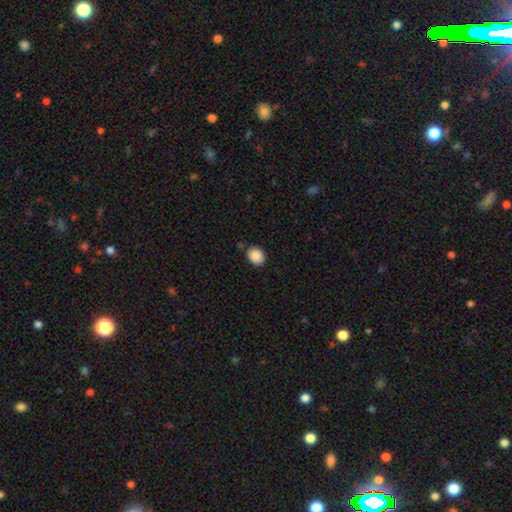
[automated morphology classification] Q: Smooth or featured?
A: smooth (89%); runner-up: star or artifact (8%)
Q: How rounded?
A: round (52%); runner-up: in between (47%)
Q: Merging?
A: none (82%); runner-up: minor disturbance (13%)